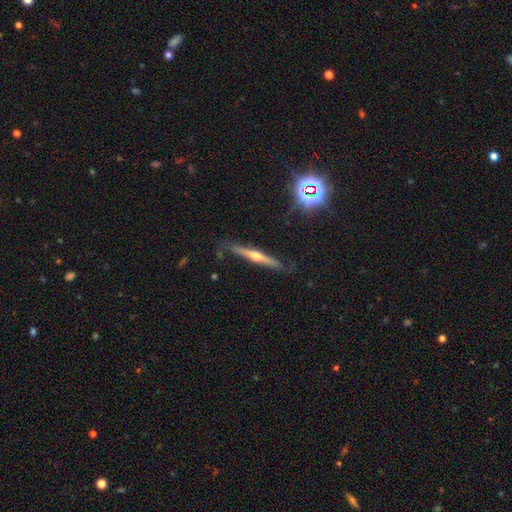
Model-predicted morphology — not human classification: Smooth or featured: featured or disk — 68% (smooth — 24%)
Edge-on disk: yes — 97% (no — 3%)
Edge-on bulge: rounded — 85% (none — 10%)
Merging: none — 81% (minor disturbance — 14%)